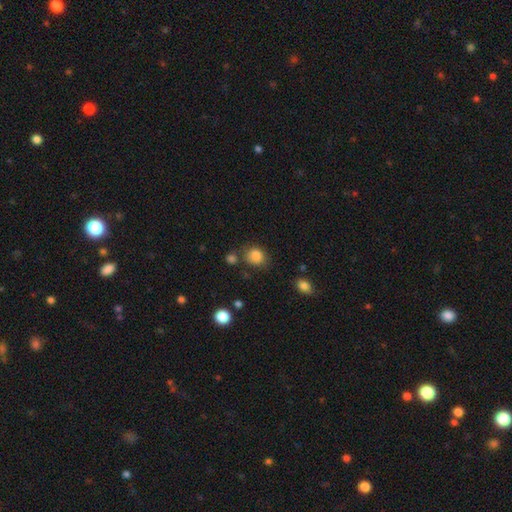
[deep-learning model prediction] This appears to be a smooth galaxy with no disk features (84%) that is round (65%). Merging: none (66%).